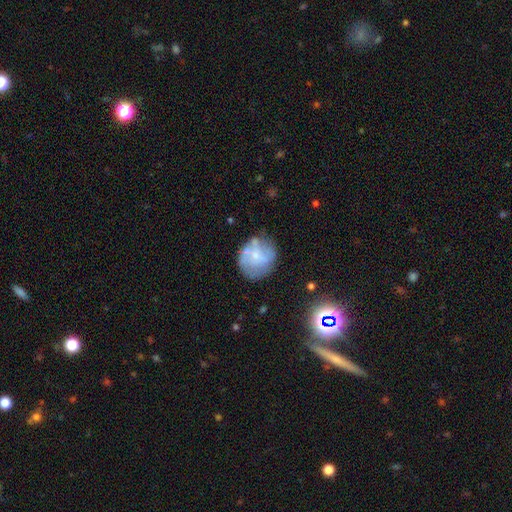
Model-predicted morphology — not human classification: Overall: featured or disk (49%; smooth 42%). Merging: none (59%; minor disturbance 24%).